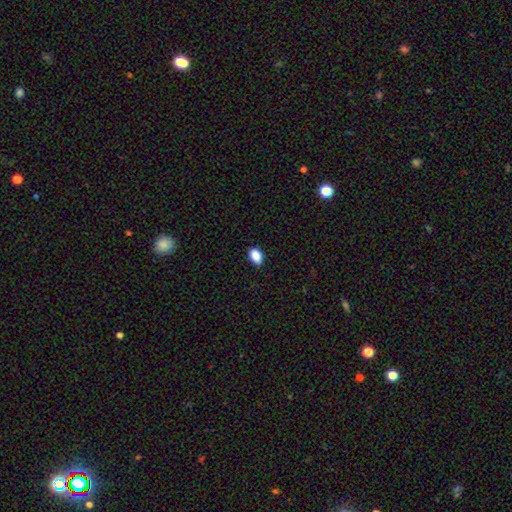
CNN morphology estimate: Smooth or featured?
  - smooth: 89% *
  - star or artifact: 8%
  - featured or disk: 3%
How rounded?
  - in between: 85% *
  - round: 13%
  - cigar-shaped: 1%
Merging?
  - none: 87% *
  - minor disturbance: 10%
  - major disturbance: 2%
  - merger: 1%